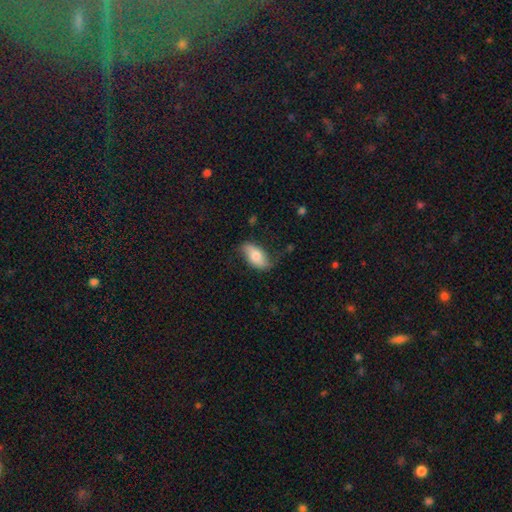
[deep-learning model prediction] smooth-or-featured: smooth: 59% | featured or disk: 35% | star or artifact: 7%
  how-rounded: in between: 90% | cigar-shaped: 6% | round: 4%
  merging: none: 67% | minor disturbance: 23% | major disturbance: 7% | merger: 2%